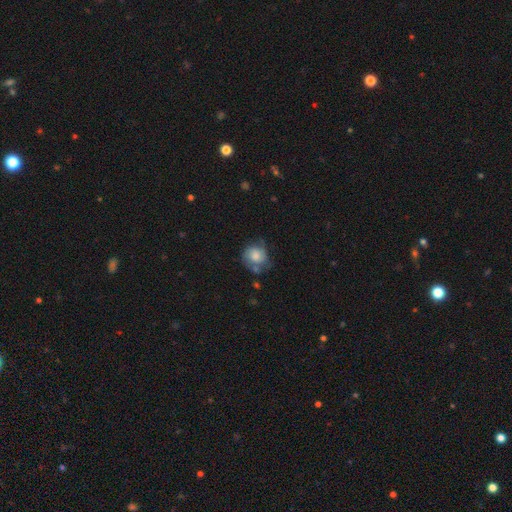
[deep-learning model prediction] A smooth galaxy with no disk features (55%) that is round (76%). Merging: none (49%).